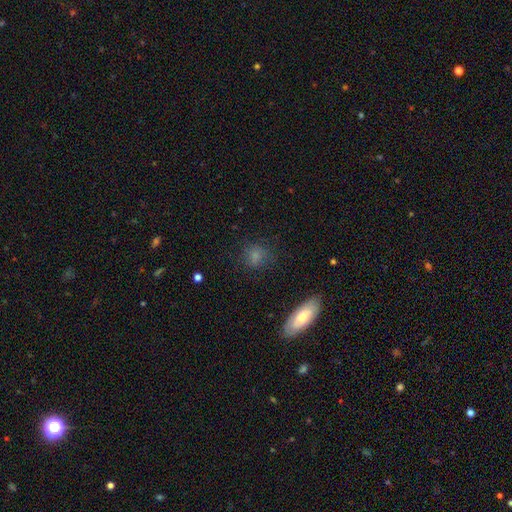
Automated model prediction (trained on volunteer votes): Smooth or featured? smooth (73%)
How rounded? round (71%)
Merging? none (74%)